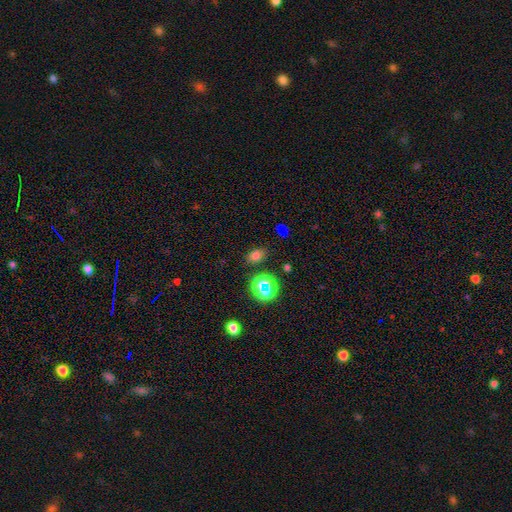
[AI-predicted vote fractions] This is likely a smooth galaxy (70%). How rounded: likely in between (68%). Merging: likely none (80%).